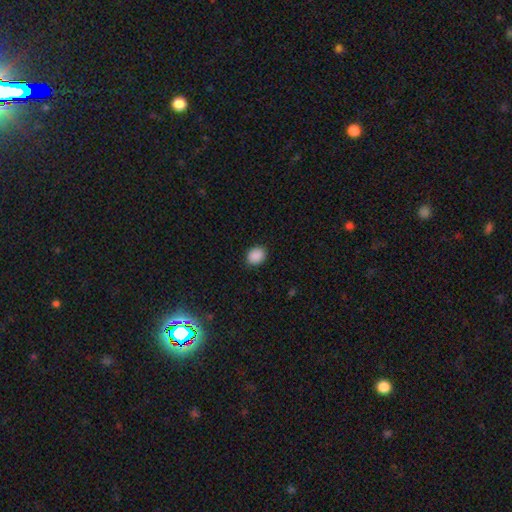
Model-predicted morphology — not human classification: smooth-or-featured: smooth: 90% | star or artifact: 8% | featured or disk: 2%
  how-rounded: round: 50% | in between: 49% | cigar-shaped: 1%
  merging: none: 89% | minor disturbance: 8% | major disturbance: 2% | merger: 1%